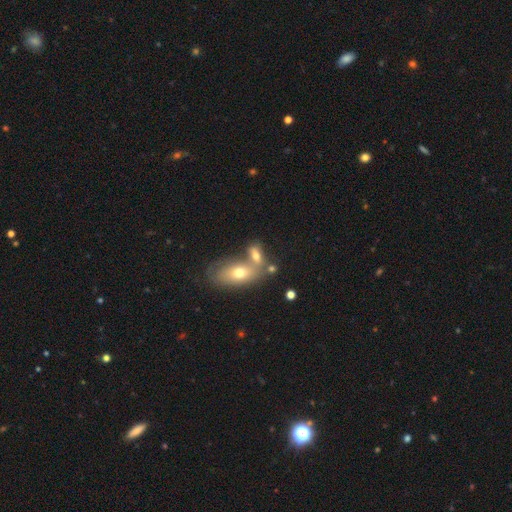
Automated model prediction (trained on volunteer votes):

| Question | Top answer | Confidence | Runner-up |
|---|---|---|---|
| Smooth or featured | smooth | 65% | featured or disk (24%) |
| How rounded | in between | 79% | round (10%) |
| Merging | merger | 54% | none (29%) |